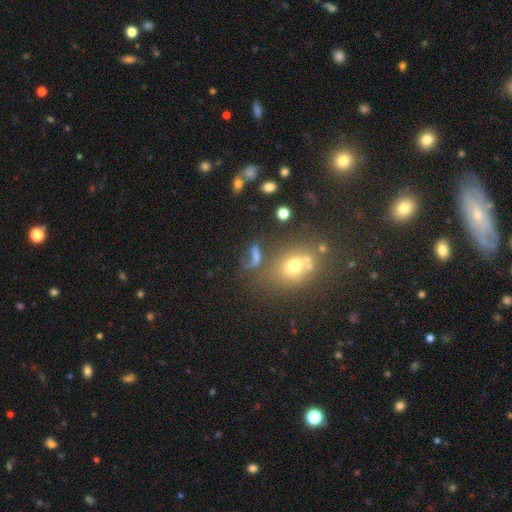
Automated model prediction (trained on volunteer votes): This appears to be a smooth galaxy with no disk features (54%) that is in between round and cigar-shaped (48%). Merging: none (59%).